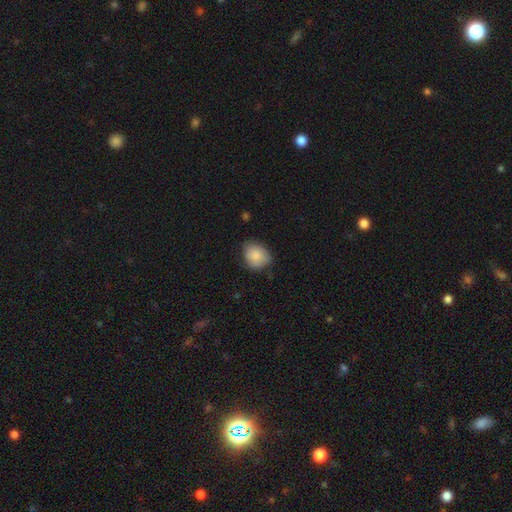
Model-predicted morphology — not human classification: Smooth or featured? Predicted: smooth (p=0.82). How rounded? Predicted: round (p=0.56). Merging? Predicted: none (p=0.63).